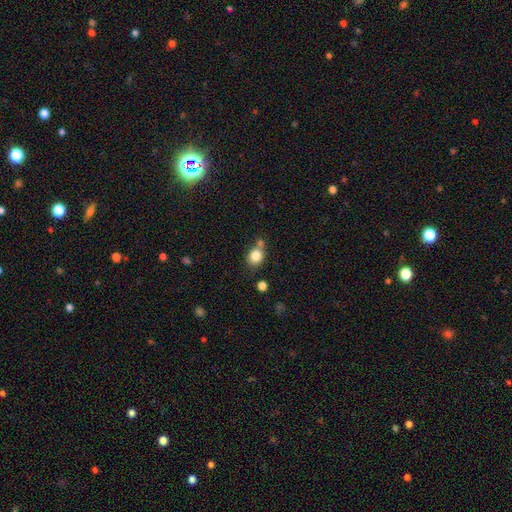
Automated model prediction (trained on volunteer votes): smooth 82%, star or artifact 10%, featured or disk 8%. Down the decision tree: how rounded — round (66%); merging — none (56%).